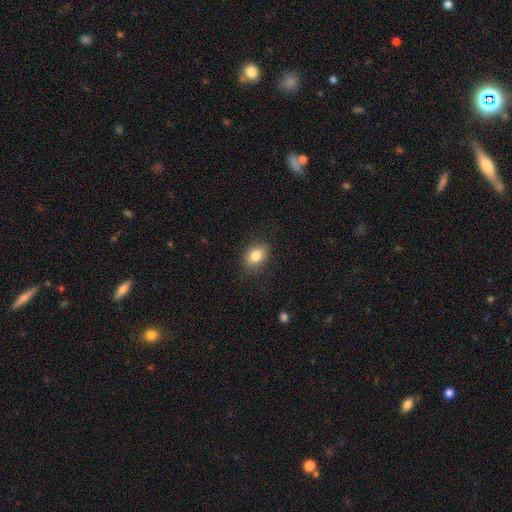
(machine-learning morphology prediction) A smooth galaxy with no disk features (84%) that is in between round and cigar-shaped (72%). Merging: none (84%).